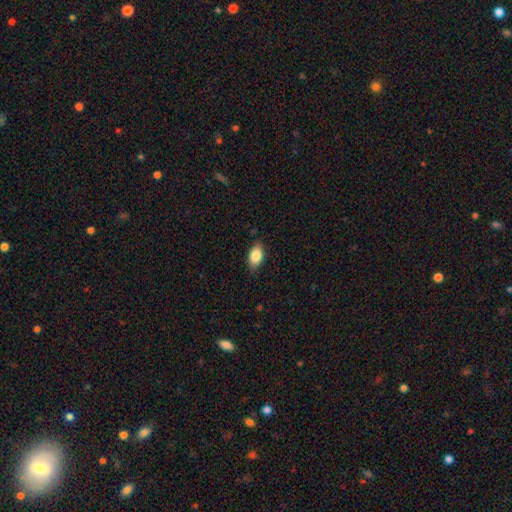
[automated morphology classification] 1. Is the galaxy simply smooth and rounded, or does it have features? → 84% smooth, 8% featured or disk, 7% star or artifact.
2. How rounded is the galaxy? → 89% in between, 8% round, 3% cigar-shaped.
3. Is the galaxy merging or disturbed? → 80% none, 16% minor disturbance, 3% major disturbance, 1% merger.